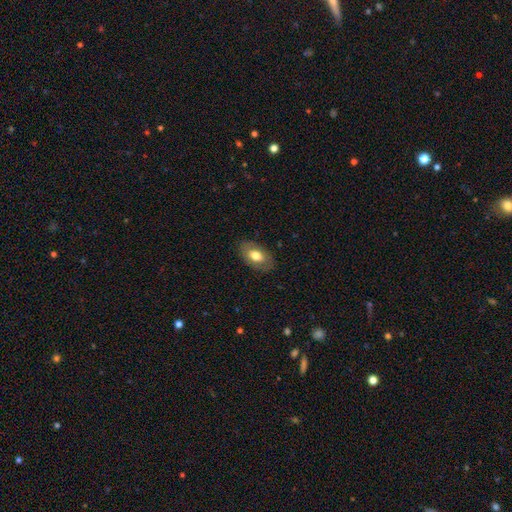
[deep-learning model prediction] This appears to be a smooth galaxy with no disk features (68%) that is in between round and cigar-shaped (91%). Merging: none (84%).